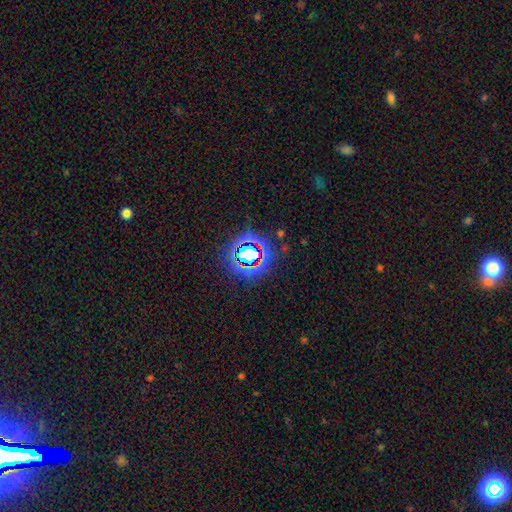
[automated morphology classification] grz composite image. It shows a star or artifact, not a galaxy (78%).